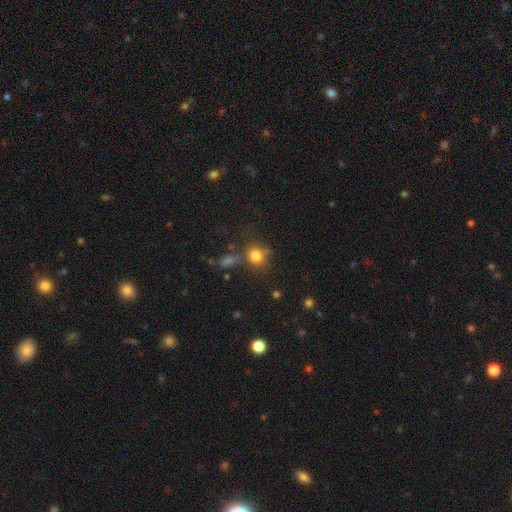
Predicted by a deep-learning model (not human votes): smooth 80%, star or artifact 12%, featured or disk 8%. Down the decision tree: how rounded — round (75%); merging — none (65%).